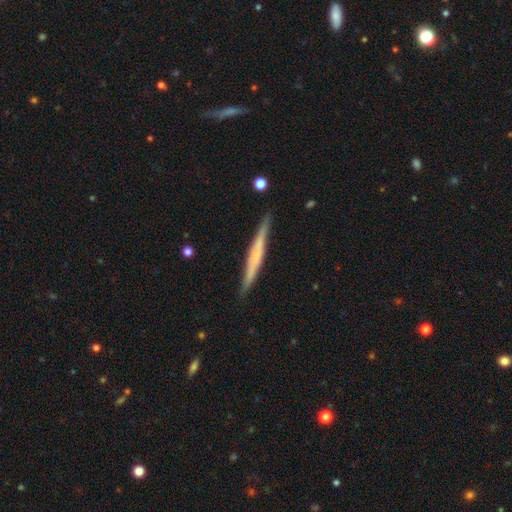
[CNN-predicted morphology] A featured or disk galaxy (59%) viewed edge-on (97%) with no central bulge (50%).

Vote fractions:
- Smooth or featured? featured or disk: 59% / smooth: 35% / star or artifact: 6%
- Edge-on disk? yes: 97% / no: 3%
- Edge-on bulge? none: 50% / rounded: 37% / boxy: 12%
- Merging? none: 89% / minor disturbance: 8% / major disturbance: 1% / merger: 1%